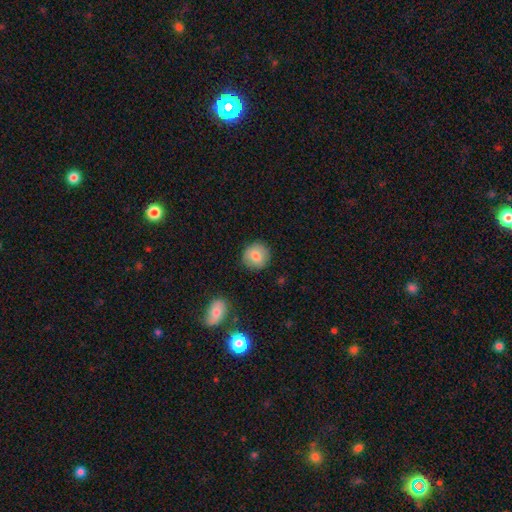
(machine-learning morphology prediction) This appears to be a smooth galaxy with no disk features (81%) that is round (92%). Merging: none (88%).